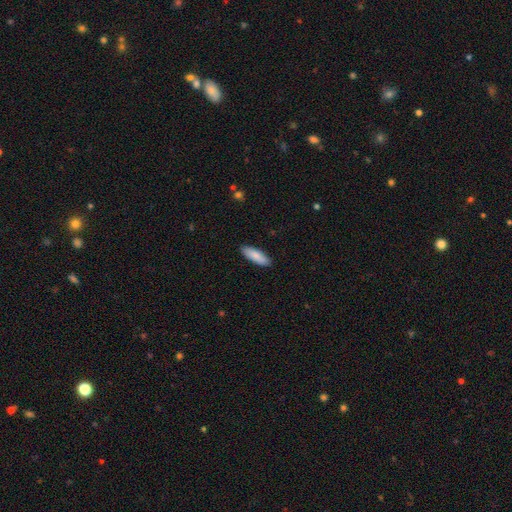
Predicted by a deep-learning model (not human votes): Q: Smooth or featured?
A: smooth (86%); runner-up: featured or disk (9%)
Q: How rounded?
A: in between (51%); runner-up: cigar-shaped (47%)
Q: Merging?
A: none (89%); runner-up: minor disturbance (8%)